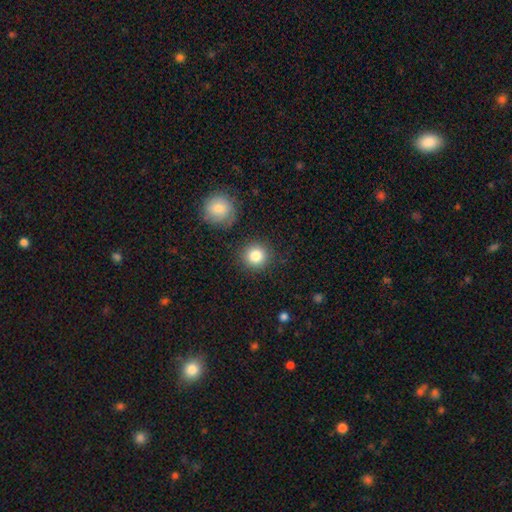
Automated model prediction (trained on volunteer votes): Smooth or featured? smooth (84%)
How rounded? round (93%)
Merging? none (86%)